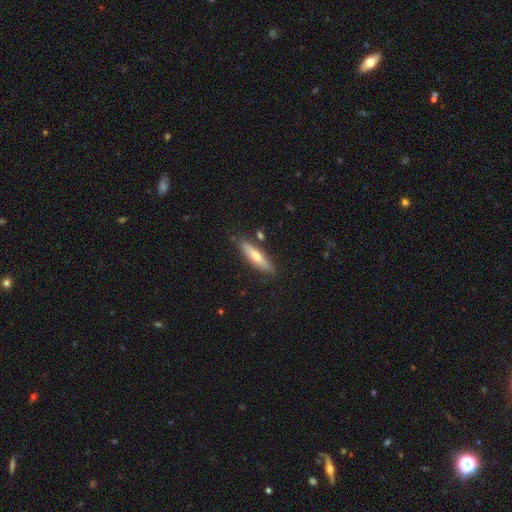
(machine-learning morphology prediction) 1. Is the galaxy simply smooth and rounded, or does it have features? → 58% smooth, 36% featured or disk, 6% star or artifact.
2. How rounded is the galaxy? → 77% cigar-shaped, 21% in between, 2% round.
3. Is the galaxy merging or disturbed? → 83% none, 11% minor disturbance, 3% merger, 2% major disturbance.